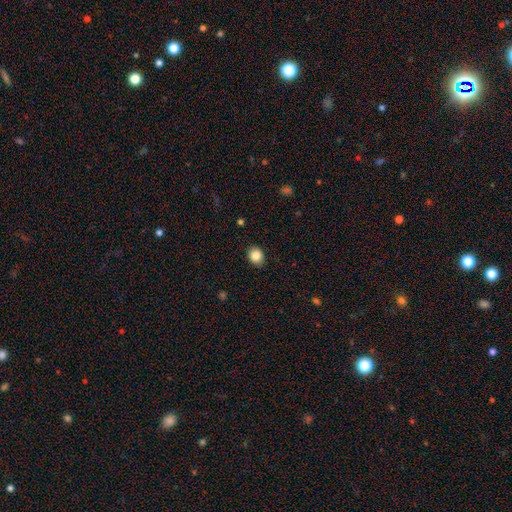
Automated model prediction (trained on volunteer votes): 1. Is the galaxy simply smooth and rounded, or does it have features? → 85% smooth, 10% star or artifact, 5% featured or disk.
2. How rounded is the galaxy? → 61% round, 38% in between, 1% cigar-shaped.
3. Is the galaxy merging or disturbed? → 90% none, 8% minor disturbance, 2% major disturbance, 1% merger.